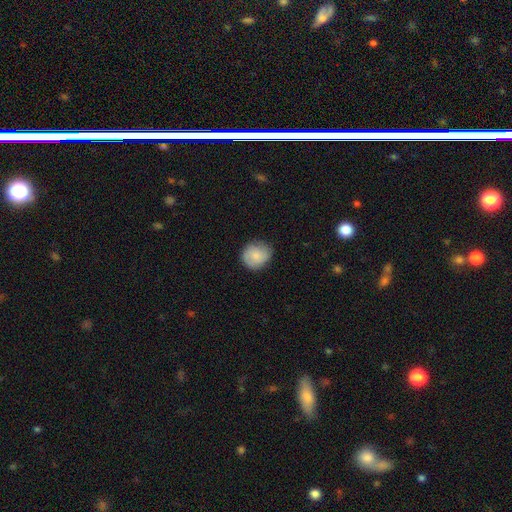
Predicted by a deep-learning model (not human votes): Q: Smooth or featured?
A: smooth (69%); runner-up: featured or disk (24%)
Q: How rounded?
A: round (79%); runner-up: in between (20%)
Q: Merging?
A: none (77%); runner-up: minor disturbance (17%)